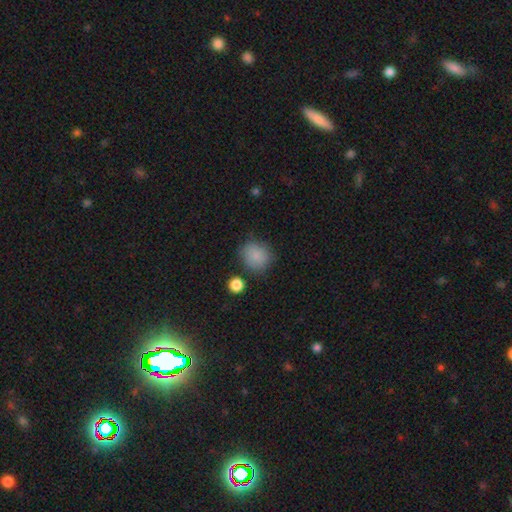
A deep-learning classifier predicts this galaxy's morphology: type=smooth (85%); roundness=round (80%); merging=none (76%).